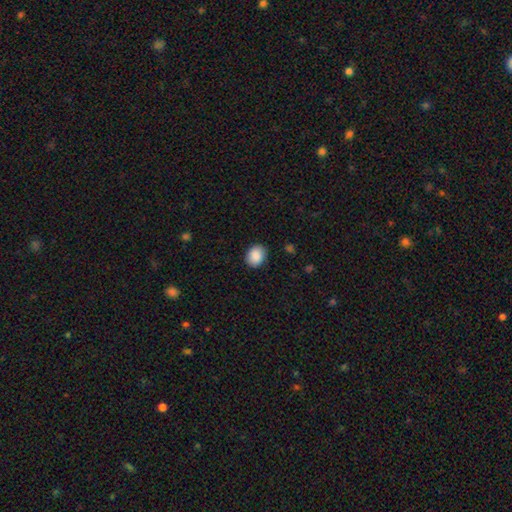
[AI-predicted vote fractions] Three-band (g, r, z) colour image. It shows a smooth galaxy with no disk features (89%) that is round (50%). Merging: none (88%).